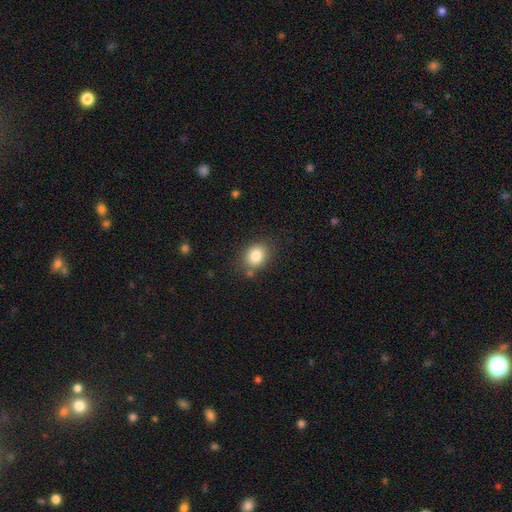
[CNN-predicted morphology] Smooth or featured?
  - smooth: 83% *
  - star or artifact: 9%
  - featured or disk: 7%
How rounded?
  - round: 53% *
  - in between: 46%
  - cigar-shaped: 1%
Merging?
  - none: 78% *
  - minor disturbance: 13%
  - merger: 5%
  - major disturbance: 4%